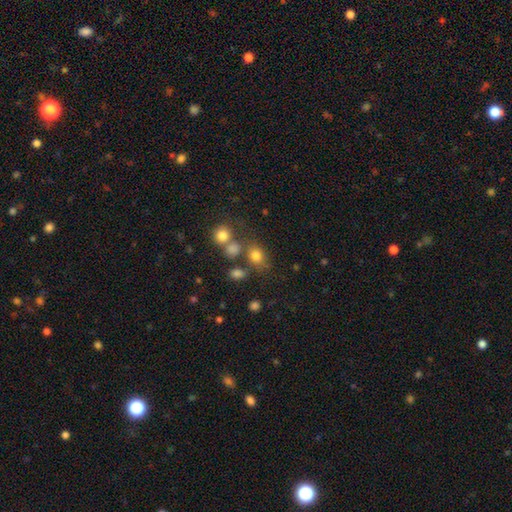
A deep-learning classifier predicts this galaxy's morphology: This is likely a smooth galaxy (76%). How rounded: possibly round (54%). Merging: possibly none (59%).